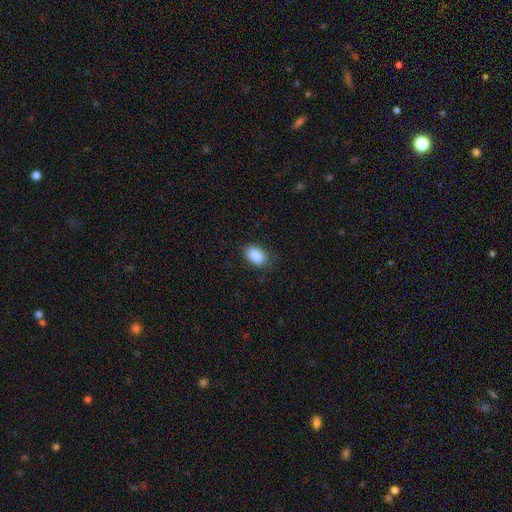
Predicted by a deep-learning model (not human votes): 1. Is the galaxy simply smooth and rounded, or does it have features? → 89% smooth, 7% star or artifact, 4% featured or disk.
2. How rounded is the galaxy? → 89% in between, 10% round, 1% cigar-shaped.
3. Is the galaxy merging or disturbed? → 81% none, 15% minor disturbance, 3% major disturbance, 1% merger.